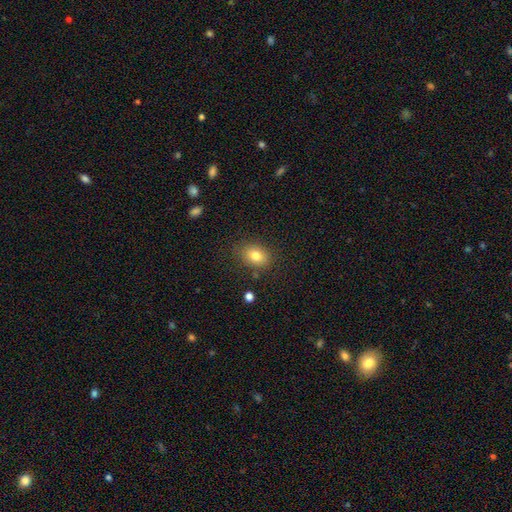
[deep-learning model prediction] A smooth galaxy with no disk features (80%) that is in between round and cigar-shaped (65%).

Vote fractions:
- Smooth or featured? smooth: 80% / star or artifact: 10% / featured or disk: 10%
- How rounded? in between: 65% / round: 34% / cigar-shaped: 1%
- Merging? none: 81% / minor disturbance: 13% / major disturbance: 4% / merger: 2%